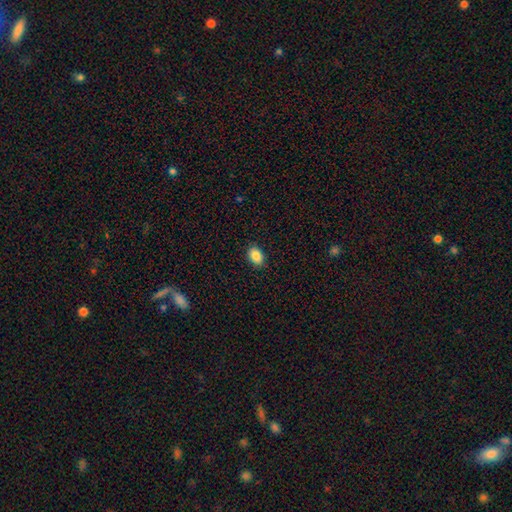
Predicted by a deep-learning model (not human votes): This is clearly a smooth galaxy (88%). How rounded: clearly in between (82%). Merging: clearly none (89%).